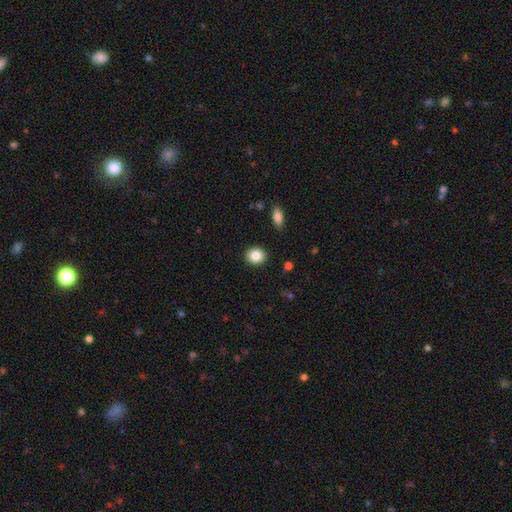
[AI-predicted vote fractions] Smooth or featured? Predicted: smooth (p=0.85). How rounded? Predicted: round (p=0.77). Merging? Predicted: none (p=0.90).